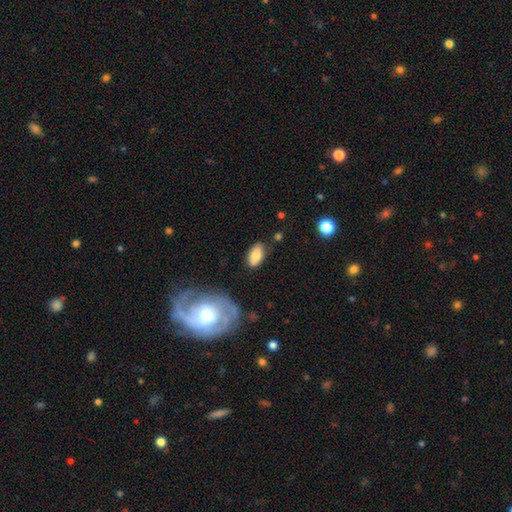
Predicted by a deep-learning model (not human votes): Smooth or featured?
  - smooth: 77% *
  - featured or disk: 16%
  - star or artifact: 7%
How rounded?
  - in between: 91% *
  - cigar-shaped: 4%
  - round: 4%
Merging?
  - none: 77% *
  - minor disturbance: 16%
  - major disturbance: 4%
  - merger: 3%